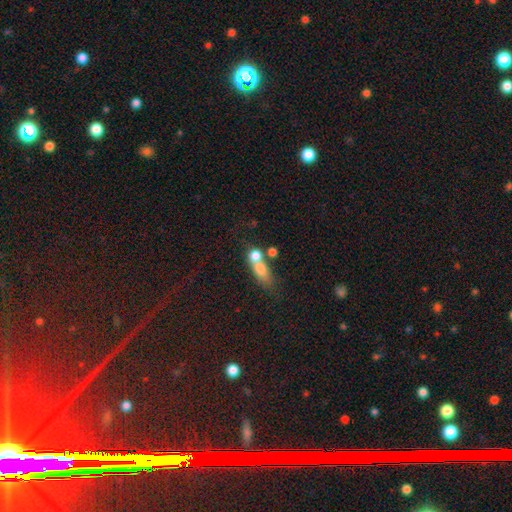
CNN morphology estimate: smooth_or_featured: smooth (p=0.70) [alt: featured or disk p=0.19]
how_rounded: round (p=0.44) [alt: in between p=0.42]
merging: merger (p=0.60) [alt: none p=0.25]